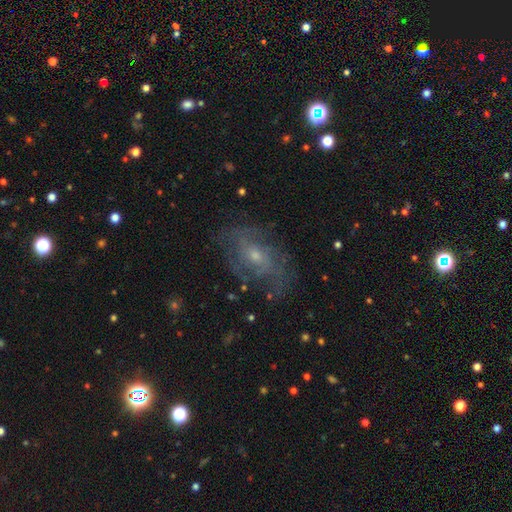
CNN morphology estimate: Overall: featured or disk (68%). Edge-on disk: no (95%). Bar: no (72%). Spiral arms: yes (71%). Bulge size: small (58%; moderate 37%). Merging: none (63%).